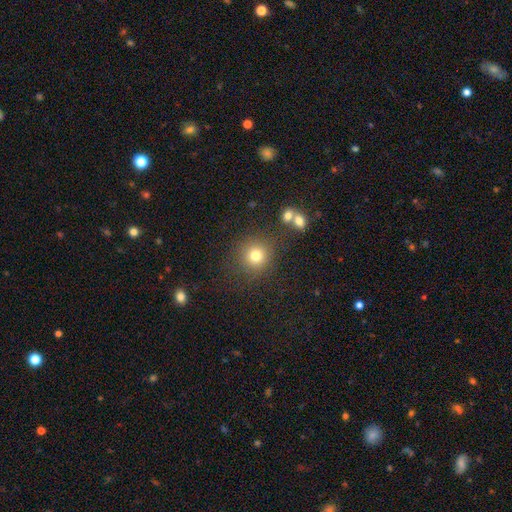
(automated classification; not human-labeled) smooth 78%, star or artifact 14%, featured or disk 8%. Down the decision tree: how rounded — round (92%); merging — none (81%).